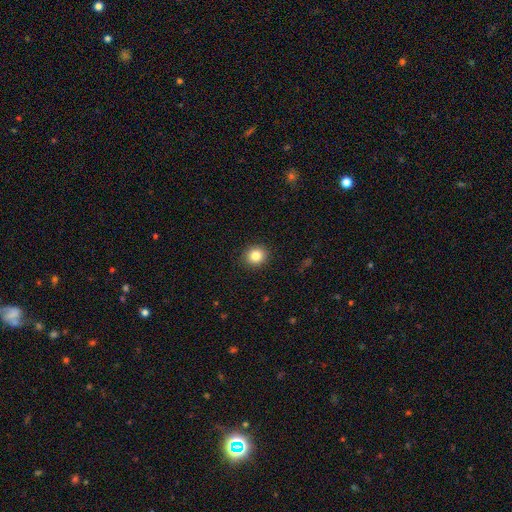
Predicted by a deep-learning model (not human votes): Overall: smooth (84%). How rounded: round (87%). Merging: none (91%).